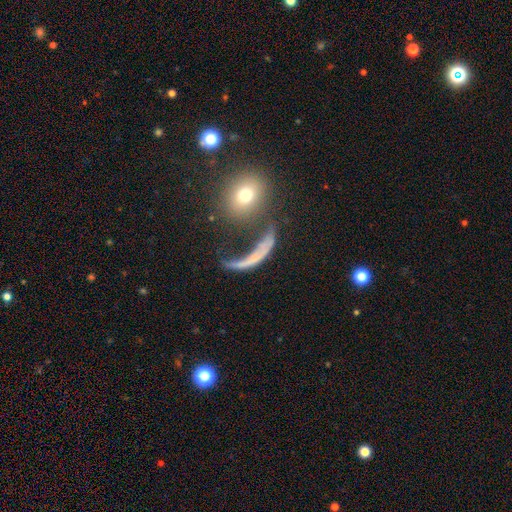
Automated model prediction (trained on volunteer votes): Smooth or featured? Predicted: smooth (p=0.44). Merging? Predicted: major disturbance (p=0.42).